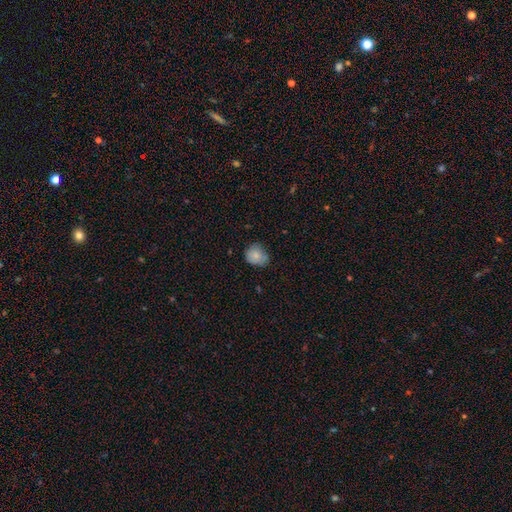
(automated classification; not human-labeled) The model was most divided on "merging": none: 60%, minor disturbance: 31%, major disturbance: 6%, merger: 3%. More confident: smooth or featured — smooth (81%); how rounded — round (68%).